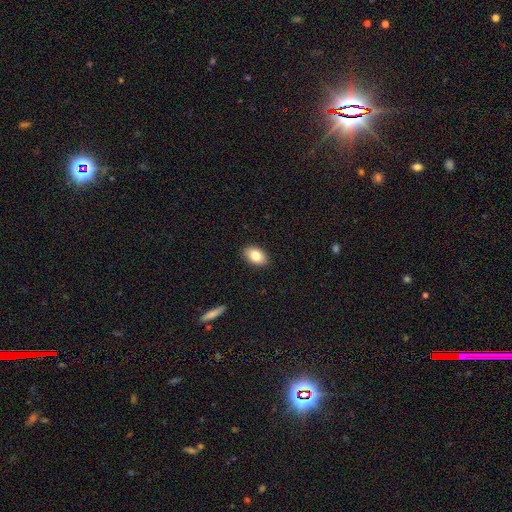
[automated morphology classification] Smooth or featured: smooth — 81% (featured or disk — 11%)
How rounded: in between — 89% (round — 10%)
Merging: none — 89% (minor disturbance — 8%)